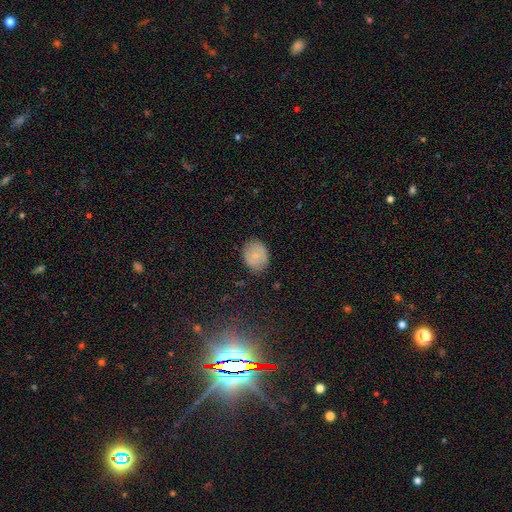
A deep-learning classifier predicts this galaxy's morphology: A smooth galaxy with no disk features (76%) that is round (64%). Merging: none (83%).